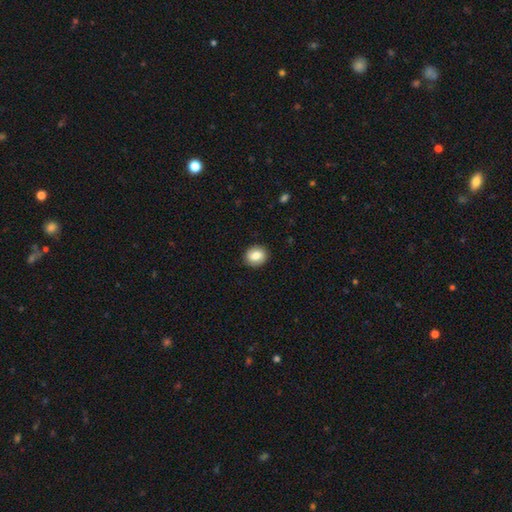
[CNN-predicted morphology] A smooth galaxy with no disk features (82%) that is round (71%). Merging: none (90%).